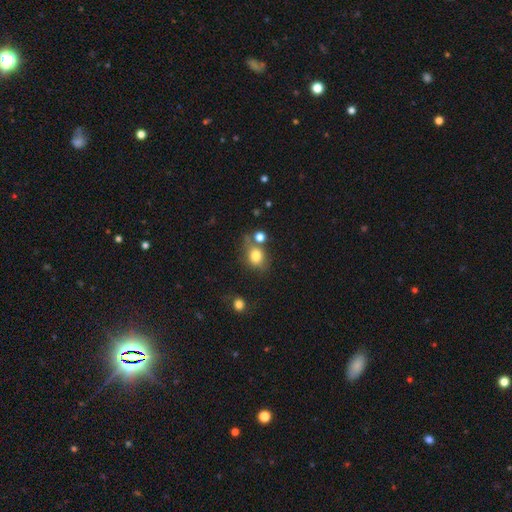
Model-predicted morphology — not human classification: Smooth or featured? smooth (78%)
How rounded? round (52%)
Merging? none (57%)